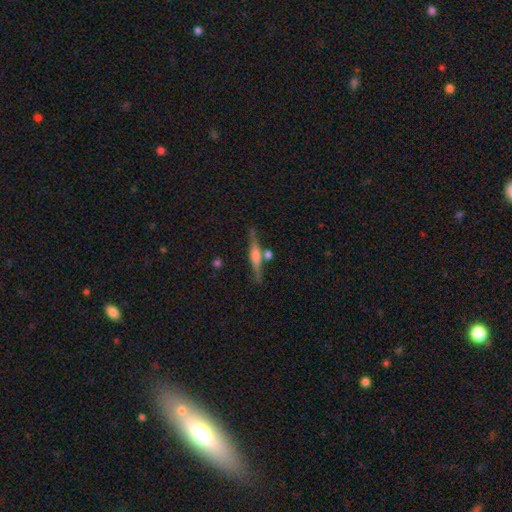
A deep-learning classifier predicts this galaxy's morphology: type=featured or disk (63%); edge-on=yes (97%); edge-on bulge=rounded (59%); merging=none (79%).